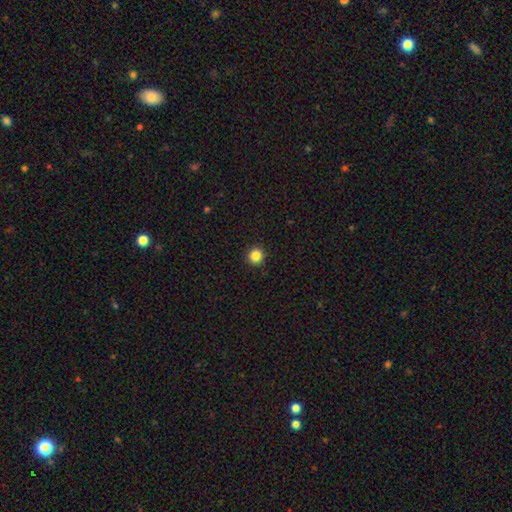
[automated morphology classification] The model was most divided on "smooth or featured": smooth: 84%, star or artifact: 12%, featured or disk: 4%. More confident: how rounded — round (95%); merging — none (93%).